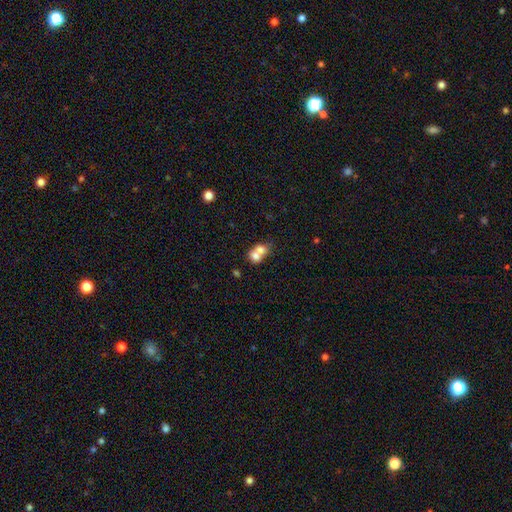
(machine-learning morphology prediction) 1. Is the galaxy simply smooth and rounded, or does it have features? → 69% smooth, 21% featured or disk, 10% star or artifact.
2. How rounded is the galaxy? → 62% round, 37% in between, 1% cigar-shaped.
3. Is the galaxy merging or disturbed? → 73% merger, 19% none, 5% minor disturbance, 3% major disturbance.